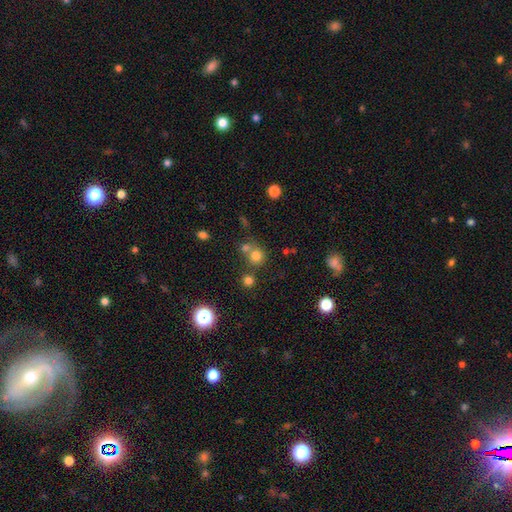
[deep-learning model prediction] smooth 73%, star or artifact 18%, featured or disk 9%. Down the decision tree: how rounded — round (88%); merging — none (58%).